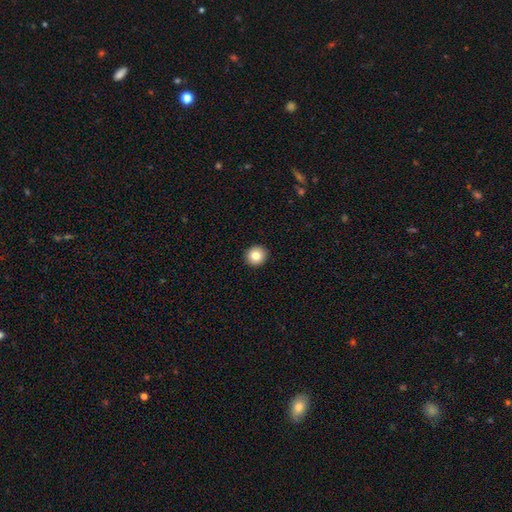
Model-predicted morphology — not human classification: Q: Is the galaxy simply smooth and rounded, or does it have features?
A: smooth — 84%.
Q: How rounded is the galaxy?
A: round — 91%.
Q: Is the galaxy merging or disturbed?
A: none — 93%.